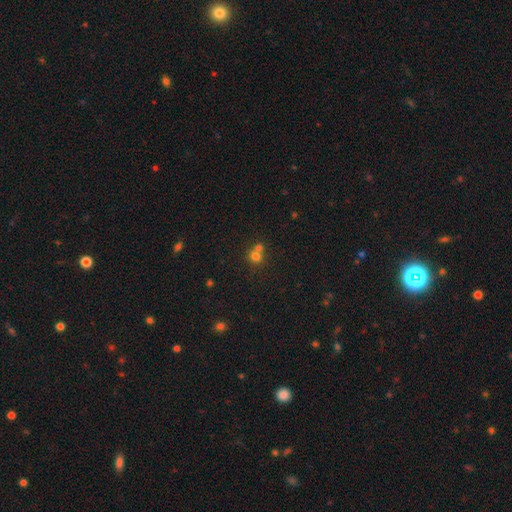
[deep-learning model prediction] smooth_or_featured: smooth (p=0.72) [alt: star or artifact p=0.16]
how_rounded: round (p=0.83) [alt: in between p=0.16]
merging: merger (p=0.50) [alt: none p=0.41]